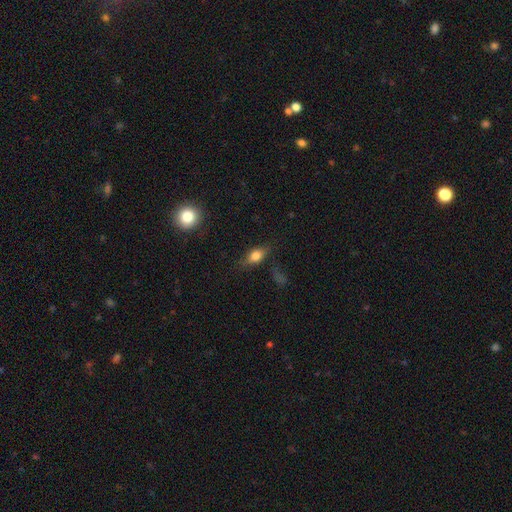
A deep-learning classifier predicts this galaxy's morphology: This appears to be a smooth galaxy with no disk features (70%) that is in between round and cigar-shaped (75%). Merging: none (70%).